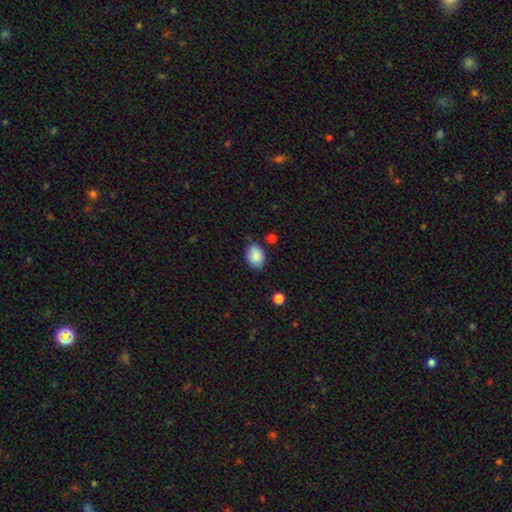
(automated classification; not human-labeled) smooth 88%, star or artifact 7%, featured or disk 5%. Down the decision tree: how rounded — in between (78%); merging — none (77%).